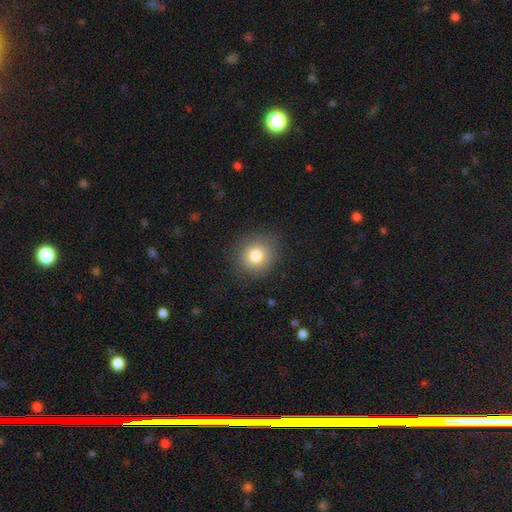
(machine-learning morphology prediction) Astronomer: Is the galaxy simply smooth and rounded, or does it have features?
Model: smooth — 80%.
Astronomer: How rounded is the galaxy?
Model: round — 86%.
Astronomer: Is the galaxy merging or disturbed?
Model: none — 86%.